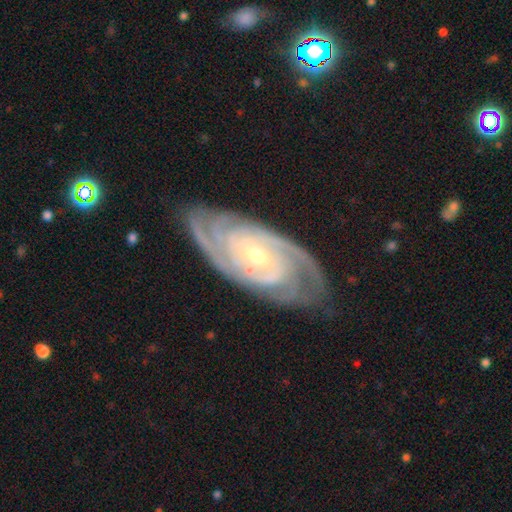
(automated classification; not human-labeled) Smooth or featured: featured or disk — 91% (star or artifact — 5%)
Edge-on disk: no — 95% (yes — 5%)
Bar: no — 53% (weak — 33%)
Spiral arms: yes — 98% (no — 2%)
Spiral winding: tight — 79% (medium — 19%)
Spiral arm count: 3 — 30% (4 — 22%)
Bulge size: small — 58% (moderate — 39%)
Merging: none — 80% (minor disturbance — 15%)